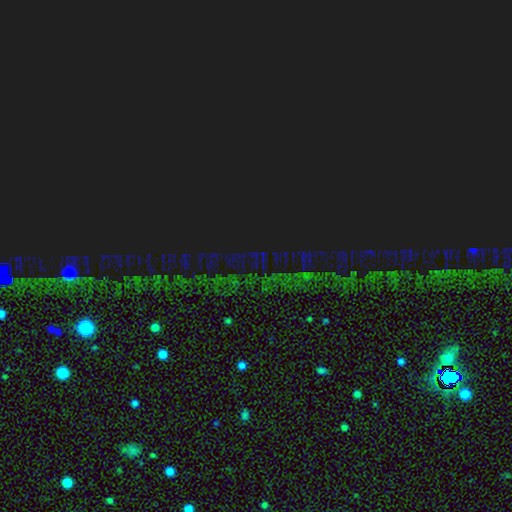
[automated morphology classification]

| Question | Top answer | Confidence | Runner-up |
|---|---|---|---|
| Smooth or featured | star or artifact | 86% | smooth (8%) |